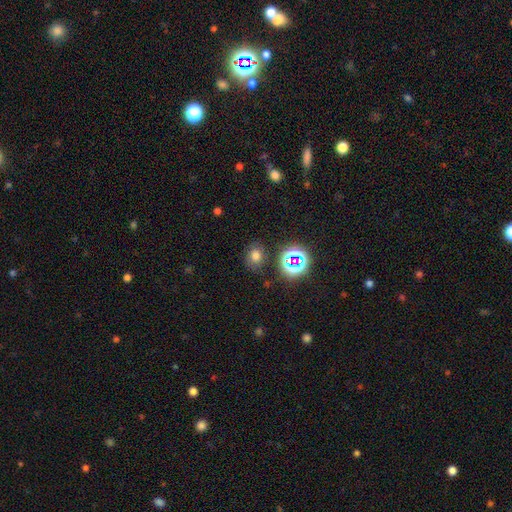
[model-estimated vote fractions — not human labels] Q: Smooth or featured?
A: smooth (67%); runner-up: star or artifact (23%)
Q: How rounded?
A: in between (51%); runner-up: round (48%)
Q: Merging?
A: none (79%); runner-up: minor disturbance (13%)